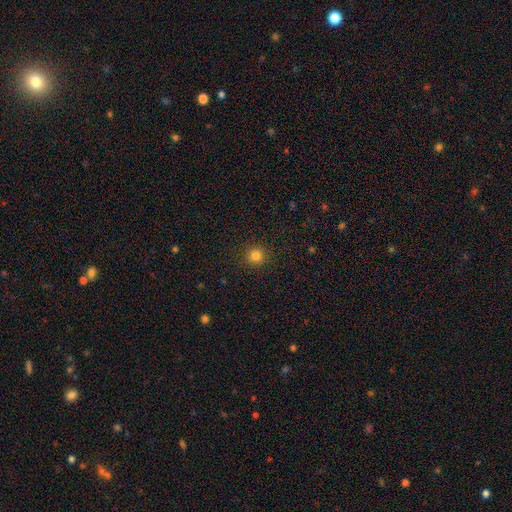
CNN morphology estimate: A smooth galaxy with no disk features (83%) that is round (94%).

Vote fractions:
- Smooth or featured? smooth: 83% / star or artifact: 13% / featured or disk: 4%
- How rounded? round: 94% / in between: 5% / cigar-shaped: 1%
- Merging? none: 91% / minor disturbance: 6% / major disturbance: 2% / merger: 1%